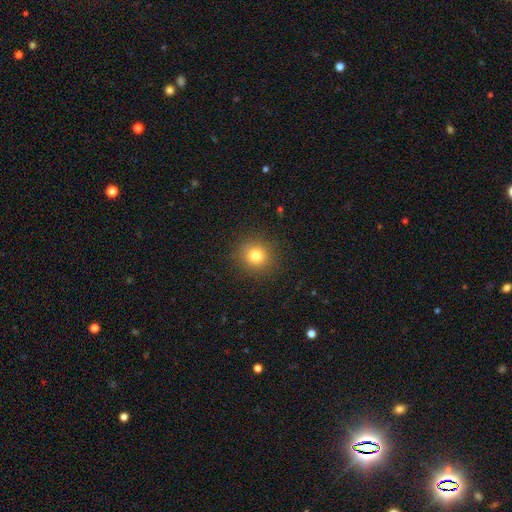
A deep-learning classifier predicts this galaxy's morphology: smooth 80%, star or artifact 14%, featured or disk 7%. Down the decision tree: how rounded — round (91%); merging — none (90%).